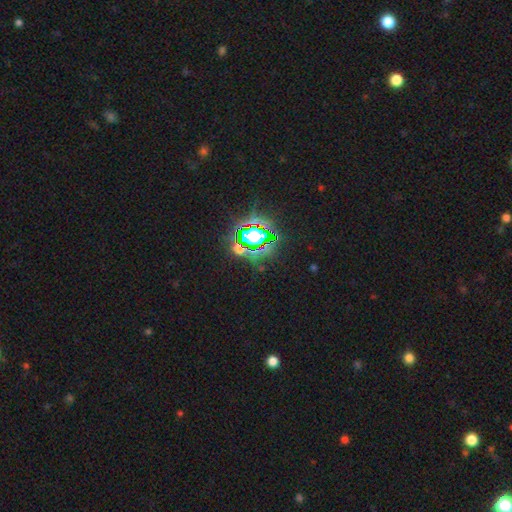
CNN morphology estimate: This appears to be a star or artifact, not a galaxy (81%).